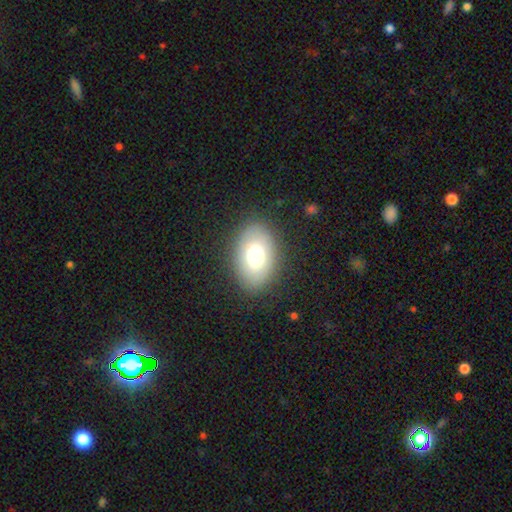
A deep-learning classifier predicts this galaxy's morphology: type=smooth (69%); roundness=in between (81%); merging=none (84%).